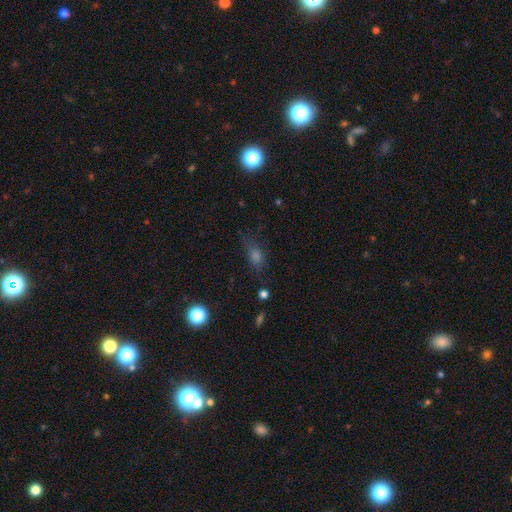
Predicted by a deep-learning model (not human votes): Smooth or featured?
  - smooth: 60% *
  - star or artifact: 24%
  - featured or disk: 16%
How rounded?
  - in between: 64% *
  - round: 20%
  - cigar-shaped: 16%
Merging?
  - none: 70% *
  - minor disturbance: 19%
  - major disturbance: 9%
  - merger: 2%